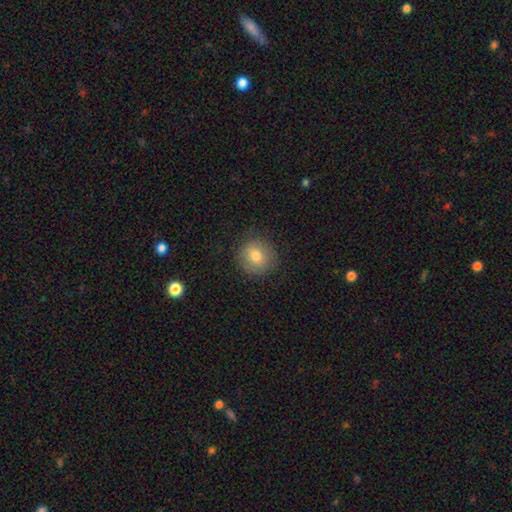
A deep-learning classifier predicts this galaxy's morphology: Smooth or featured: smooth — 78% (featured or disk — 13%)
How rounded: round — 88% (in between — 11%)
Merging: none — 86% (minor disturbance — 10%)